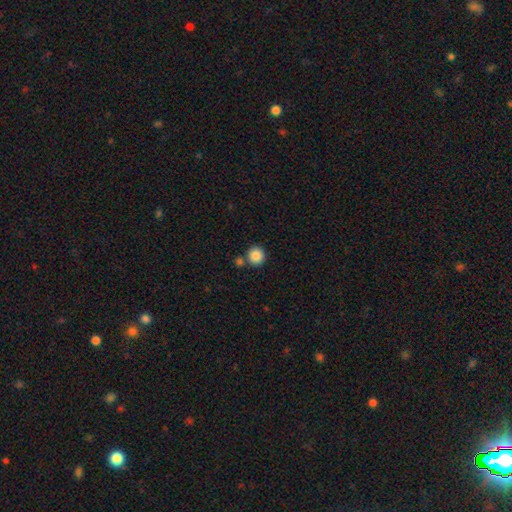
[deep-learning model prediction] Morphology: type=smooth (86%); roundness=round (91%); merging=none (77%).